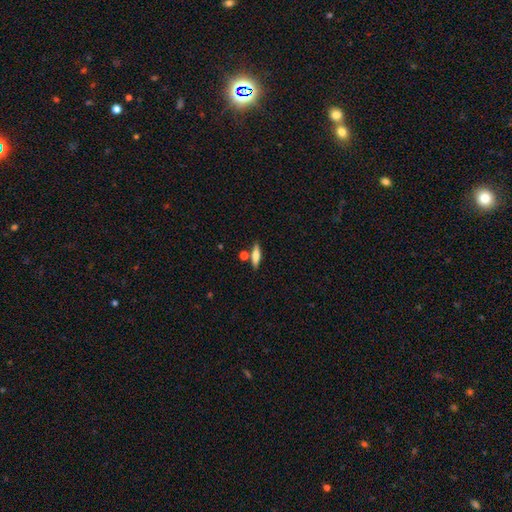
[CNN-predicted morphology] Smooth or featured?
  - smooth: 70% *
  - featured or disk: 23%
  - star or artifact: 7%
How rounded?
  - cigar-shaped: 62% *
  - in between: 35%
  - round: 3%
Merging?
  - none: 75% *
  - minor disturbance: 11%
  - merger: 11%
  - major disturbance: 3%